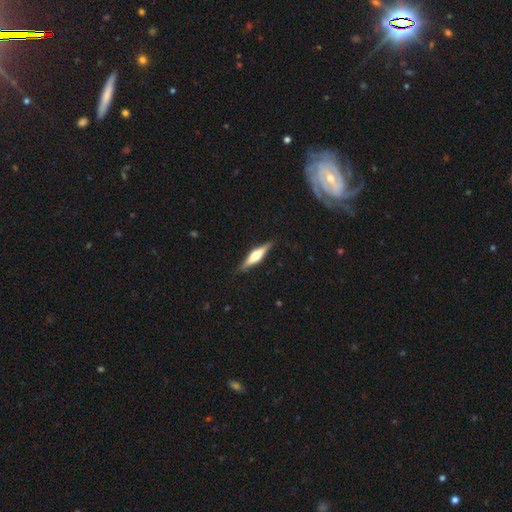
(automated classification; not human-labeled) Morphology: type=featured or disk (62%); edge-on=yes (96%); edge-on bulge=rounded (89%); merging=none (89%).